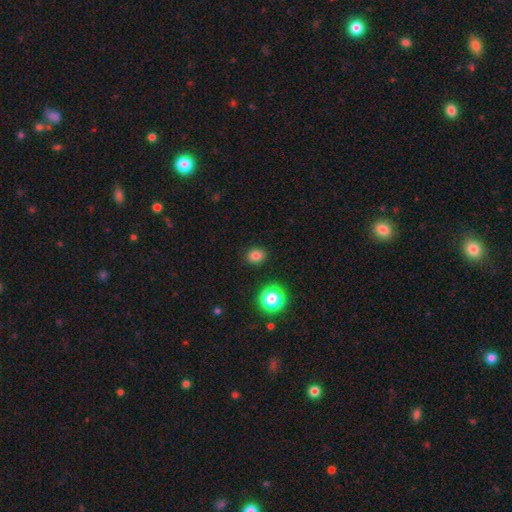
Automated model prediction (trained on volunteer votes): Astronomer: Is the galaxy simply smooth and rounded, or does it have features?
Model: smooth — 81%.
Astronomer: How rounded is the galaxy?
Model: round — 64%.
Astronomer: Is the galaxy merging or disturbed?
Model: none — 89%.